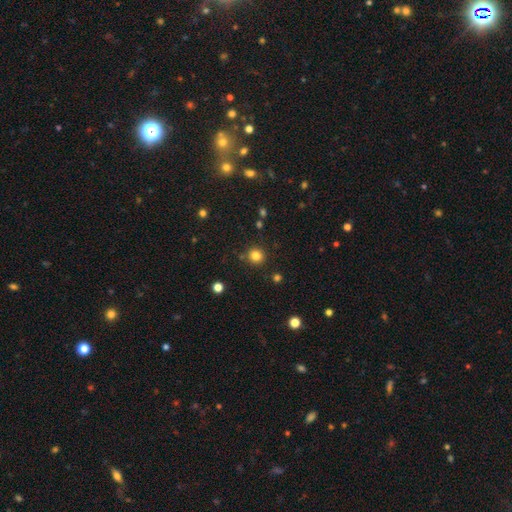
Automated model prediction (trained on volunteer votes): Smooth or featured? smooth (81%)
How rounded? round (91%)
Merging? none (86%)